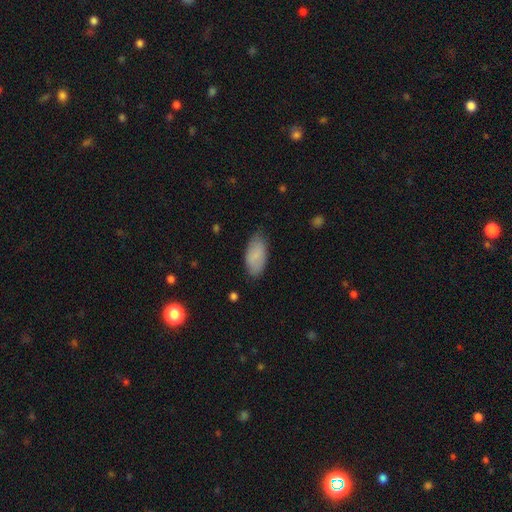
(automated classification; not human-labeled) Q: Smooth or featured?
A: smooth (82%); runner-up: featured or disk (12%)
Q: How rounded?
A: in between (92%); runner-up: cigar-shaped (6%)
Q: Merging?
A: none (76%); runner-up: minor disturbance (20%)